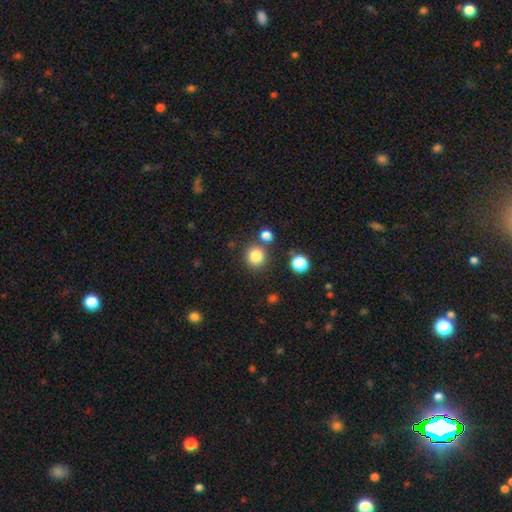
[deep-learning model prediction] smooth_or_featured: smooth (p=0.83) [alt: star or artifact p=0.12]
how_rounded: round (p=0.90) [alt: in between p=0.09]
merging: none (p=0.78) [alt: merger p=0.10]